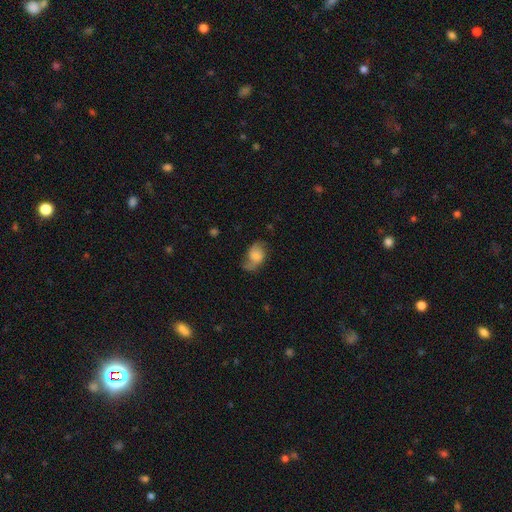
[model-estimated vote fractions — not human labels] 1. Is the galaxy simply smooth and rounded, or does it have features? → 45% featured or disk (tied), 45% smooth (tied), 10% star or artifact.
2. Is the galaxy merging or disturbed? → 45% none, 29% minor disturbance, 23% major disturbance, 3% merger.